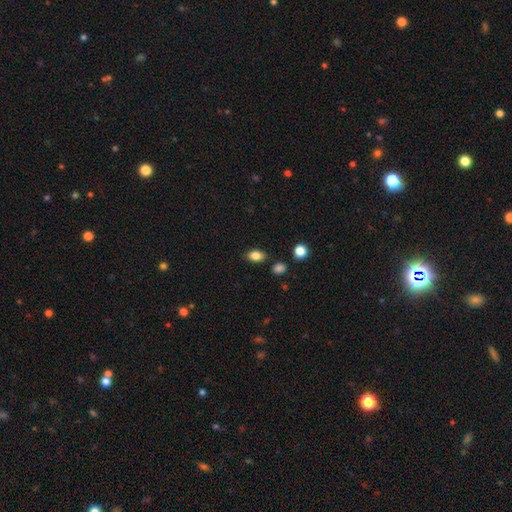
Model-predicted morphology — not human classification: Smooth or featured?
  - smooth: 84% *
  - star or artifact: 10%
  - featured or disk: 7%
How rounded?
  - in between: 82% *
  - round: 16%
  - cigar-shaped: 2%
Merging?
  - none: 82% *
  - minor disturbance: 11%
  - merger: 4%
  - major disturbance: 3%